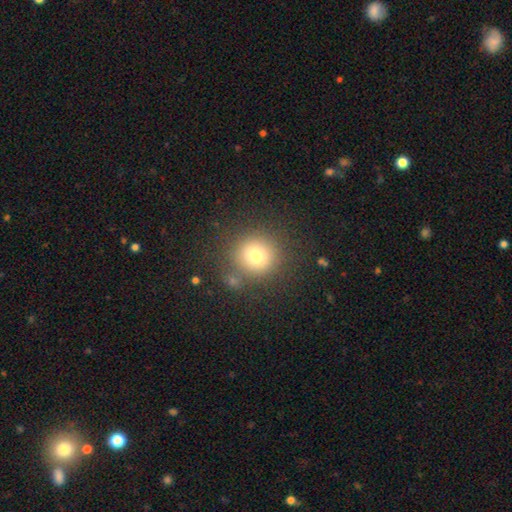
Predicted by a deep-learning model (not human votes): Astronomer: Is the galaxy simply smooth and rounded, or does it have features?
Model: smooth — 76%.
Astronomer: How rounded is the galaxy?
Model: round — 92%.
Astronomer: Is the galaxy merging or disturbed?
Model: none — 81%.